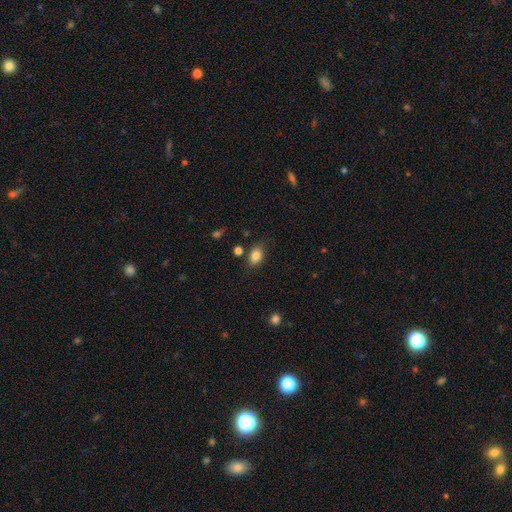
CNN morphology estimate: Q: Smooth or featured?
A: smooth (84%); runner-up: star or artifact (9%)
Q: How rounded?
A: in between (81%); runner-up: round (18%)
Q: Merging?
A: none (76%); runner-up: minor disturbance (15%)